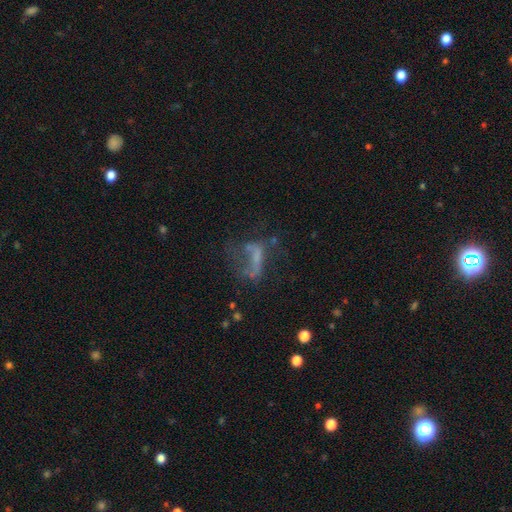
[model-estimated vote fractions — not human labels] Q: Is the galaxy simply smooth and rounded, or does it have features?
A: featured or disk — 49%.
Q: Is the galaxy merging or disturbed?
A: major disturbance — 44%.